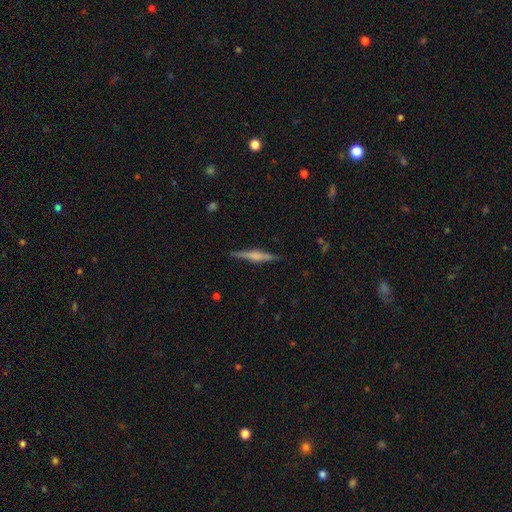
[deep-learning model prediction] Smooth or featured? Predicted: featured or disk (p=0.61). Edge-on disk? Predicted: yes (p=0.97). Edge-on bulge? Predicted: rounded (p=0.56). Merging? Predicted: none (p=0.87).